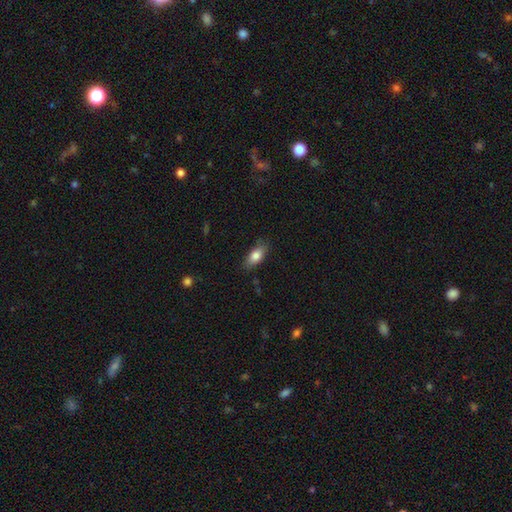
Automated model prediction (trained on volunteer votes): This appears to be a smooth galaxy with no disk features (80%) that is in between round and cigar-shaped (83%). Merging: none (81%).